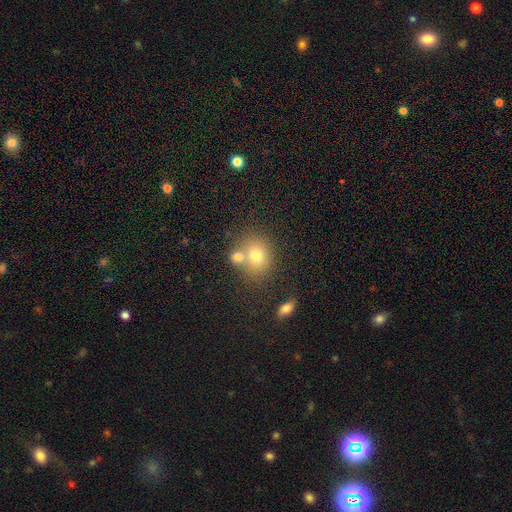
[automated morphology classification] This appears to be a smooth galaxy with no disk features (74%) that is round (66%). Merging: none (51%).